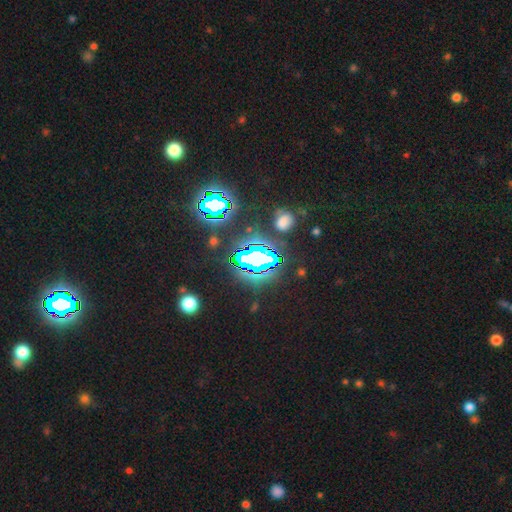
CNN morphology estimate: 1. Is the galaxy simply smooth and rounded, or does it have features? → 72% star or artifact, 17% smooth, 11% featured or disk.